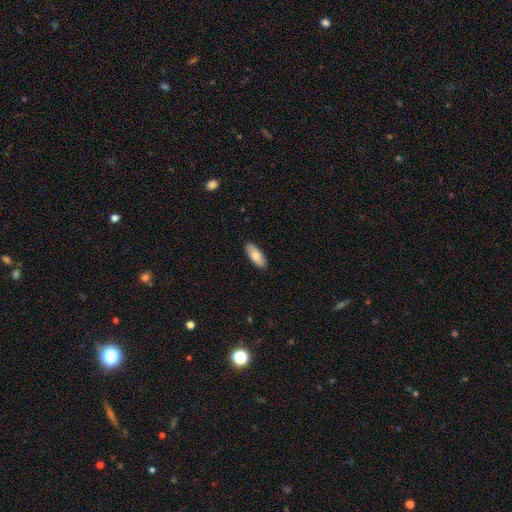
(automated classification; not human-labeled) Q: Smooth or featured?
A: smooth (79%); runner-up: featured or disk (15%)
Q: How rounded?
A: in between (80%); runner-up: cigar-shaped (18%)
Q: Merging?
A: none (88%); runner-up: minor disturbance (9%)